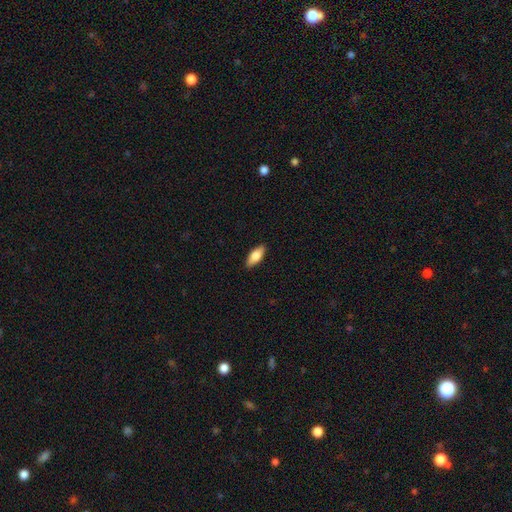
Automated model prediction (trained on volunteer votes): Smooth or featured: smooth — 77% (featured or disk — 18%)
How rounded: in between — 79% (cigar-shaped — 18%)
Merging: none — 90% (minor disturbance — 8%)